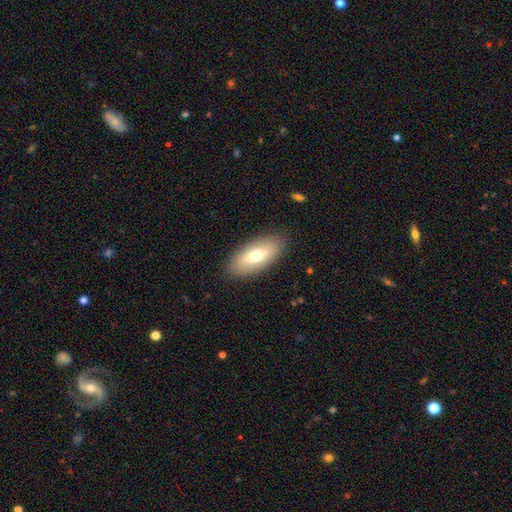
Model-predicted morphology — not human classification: Smooth or featured?
  - smooth: 66% *
  - featured or disk: 28%
  - star or artifact: 7%
How rounded?
  - in between: 86% *
  - cigar-shaped: 11%
  - round: 3%
Merging?
  - none: 88% *
  - minor disturbance: 9%
  - major disturbance: 2%
  - merger: 1%